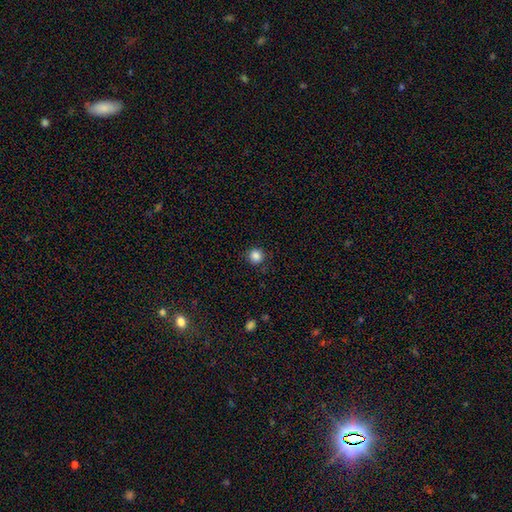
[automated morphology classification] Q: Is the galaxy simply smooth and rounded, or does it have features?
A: smooth — 86%.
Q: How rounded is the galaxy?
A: round — 93%.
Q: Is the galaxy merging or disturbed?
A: none — 89%.